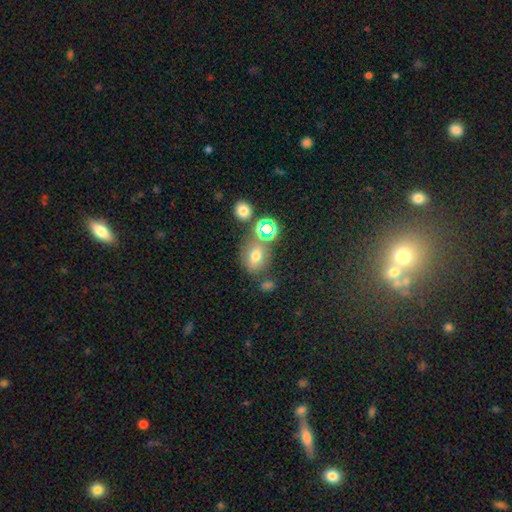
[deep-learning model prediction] Smooth or featured? smooth (64%)
How rounded? round (51%)
Merging? none (61%)